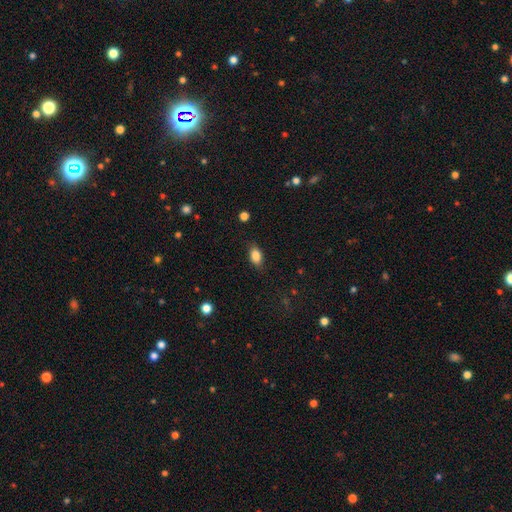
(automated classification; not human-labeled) smooth_or_featured: smooth (p=0.85) [alt: star or artifact p=0.09]
how_rounded: in between (p=0.86) [alt: round p=0.11]
merging: none (p=0.84) [alt: minor disturbance p=0.12]